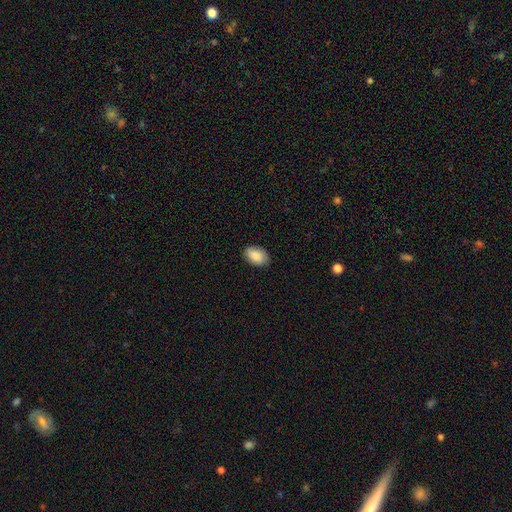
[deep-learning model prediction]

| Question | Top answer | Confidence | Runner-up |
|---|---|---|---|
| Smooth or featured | smooth | 88% | star or artifact (6%) |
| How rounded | in between | 90% | round (8%) |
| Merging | none | 85% | minor disturbance (12%) |